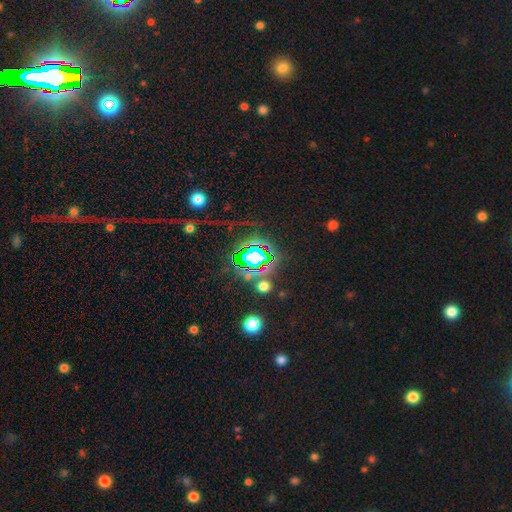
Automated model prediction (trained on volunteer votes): This is likely a star or artifact rather than a galaxy (78%).